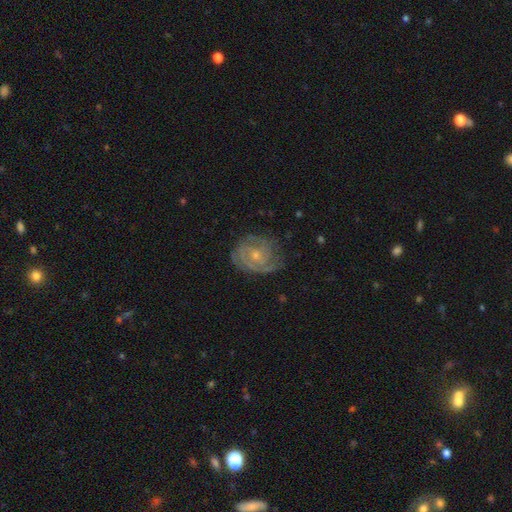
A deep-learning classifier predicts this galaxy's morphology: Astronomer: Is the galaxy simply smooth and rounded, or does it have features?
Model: featured or disk — 84%.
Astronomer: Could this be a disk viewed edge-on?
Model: no — 98%.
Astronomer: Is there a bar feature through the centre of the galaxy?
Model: no — 71%.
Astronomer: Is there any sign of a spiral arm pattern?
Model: yes — 95%.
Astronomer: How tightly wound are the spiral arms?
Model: tight — 68%.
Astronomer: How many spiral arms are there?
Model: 2 — 36% (runner-up: 3, 25%).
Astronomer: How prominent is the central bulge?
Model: small — 60% (runner-up: moderate, 36%).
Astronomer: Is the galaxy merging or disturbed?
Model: none — 71%.